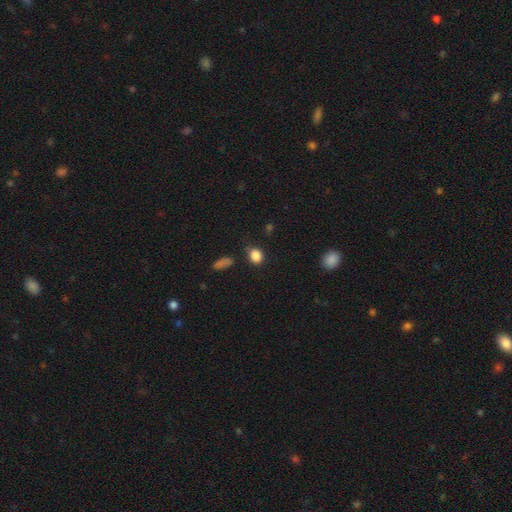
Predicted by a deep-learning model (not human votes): Morphology: type=smooth (86%); roundness=round (60%); merging=none (76%).